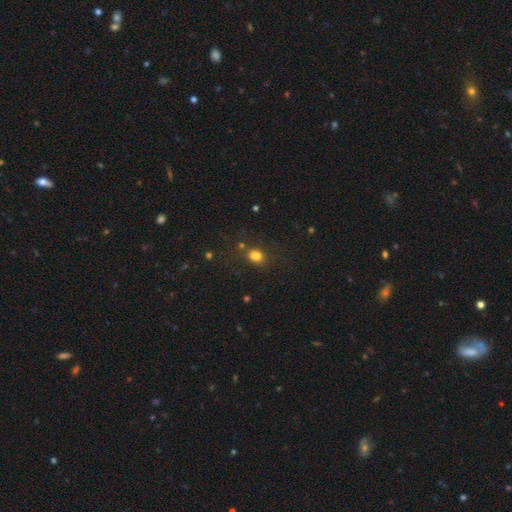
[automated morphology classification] Overall: smooth (73%). How rounded: round (51%; in between 48%). Merging: none (53%; merger 25%).